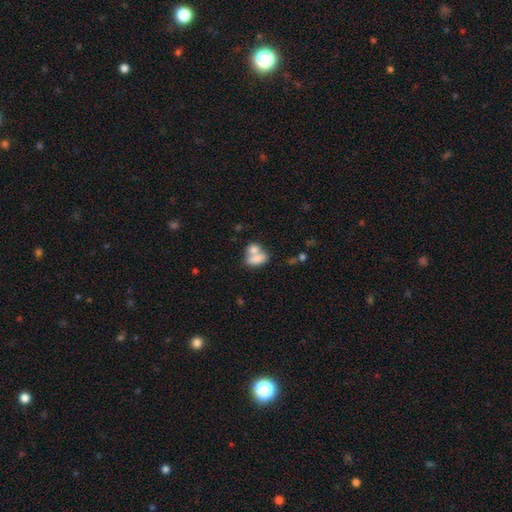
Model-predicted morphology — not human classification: smooth_or_featured: smooth (p=0.75) [alt: featured or disk p=0.17]
how_rounded: in between (p=0.81) [alt: round p=0.15]
merging: merger (p=0.63) [alt: none p=0.24]